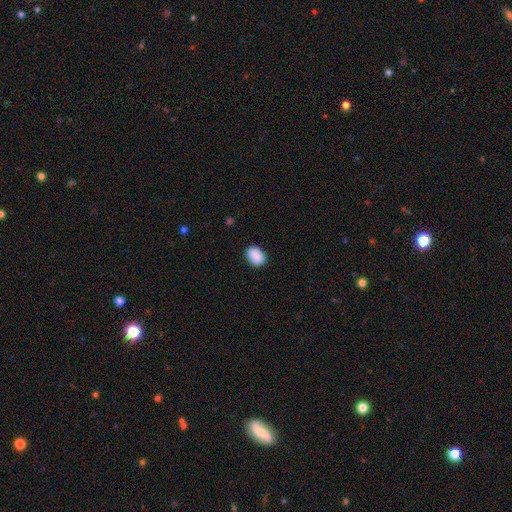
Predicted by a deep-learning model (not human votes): Overall: smooth (88%). How rounded: in between (74%). Merging: none (86%).